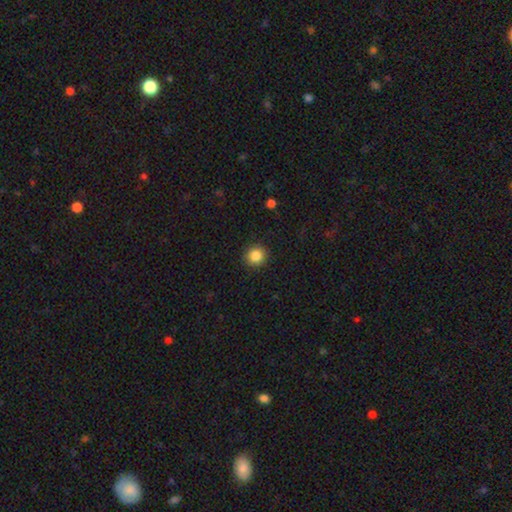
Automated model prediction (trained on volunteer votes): smooth_or_featured: smooth (p=0.86) [alt: star or artifact p=0.10]
how_rounded: round (p=0.93) [alt: in between p=0.06]
merging: none (p=0.91) [alt: minor disturbance p=0.06]